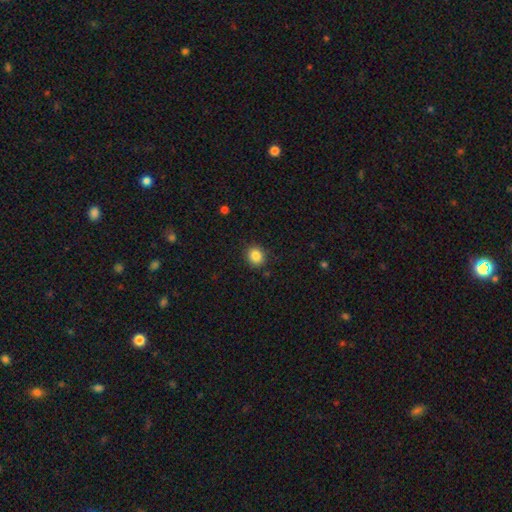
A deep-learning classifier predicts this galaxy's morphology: smooth-or-featured: smooth: 86% | star or artifact: 10% | featured or disk: 5%
  how-rounded: round: 78% | in between: 21% | cigar-shaped: 1%
  merging: none: 89% | minor disturbance: 8% | major disturbance: 2% | merger: 1%